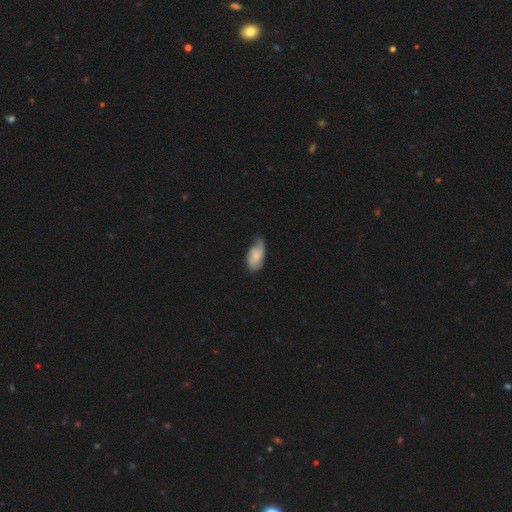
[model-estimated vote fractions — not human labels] This is possibly a smooth galaxy (49%). Merging: possibly none (50%).